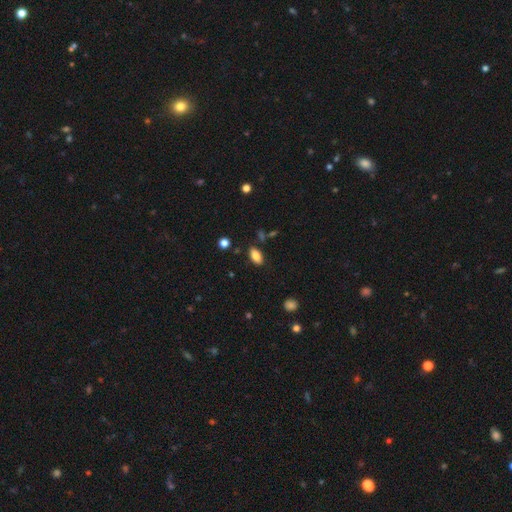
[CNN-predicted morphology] type=smooth (83%); roundness=in between (91%); merging=none (85%).